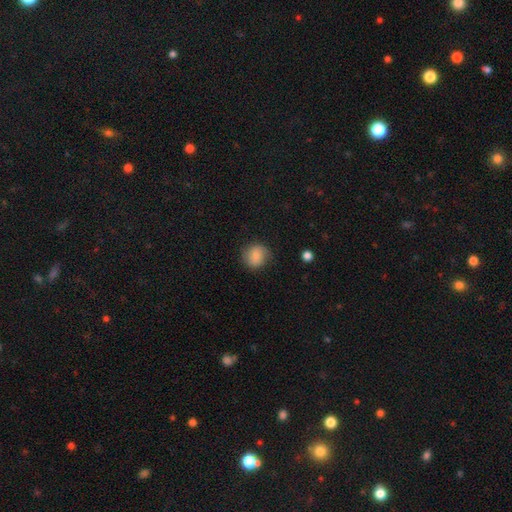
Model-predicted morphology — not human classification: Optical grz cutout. It shows a smooth galaxy with no disk features (80%) that is round (84%). Merging: none (78%).